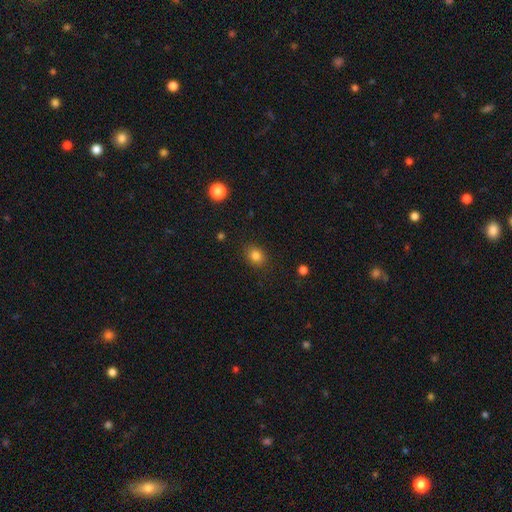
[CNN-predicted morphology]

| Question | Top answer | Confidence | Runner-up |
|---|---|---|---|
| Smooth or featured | smooth | 82% | star or artifact (12%) |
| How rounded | round | 52% | in between (47%) |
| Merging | none | 85% | minor disturbance (10%) |